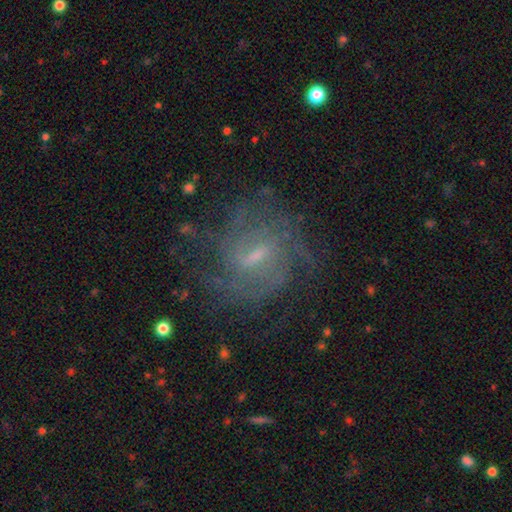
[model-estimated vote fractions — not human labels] Q: Smooth or featured?
A: featured or disk (81%); runner-up: smooth (10%)
Q: Edge-on disk?
A: no (96%); runner-up: yes (4%)
Q: Bar?
A: weak (61%); runner-up: strong (25%)
Q: Spiral arms?
A: yes (91%); runner-up: no (9%)
Q: Spiral winding?
A: tight (48%); runner-up: medium (39%)
Q: Spiral arm count?
A: can't tell (43%); runner-up: 2 (18%)
Q: Bulge size?
A: small (54%); runner-up: moderate (31%)
Q: Merging?
A: none (70%); runner-up: minor disturbance (17%)